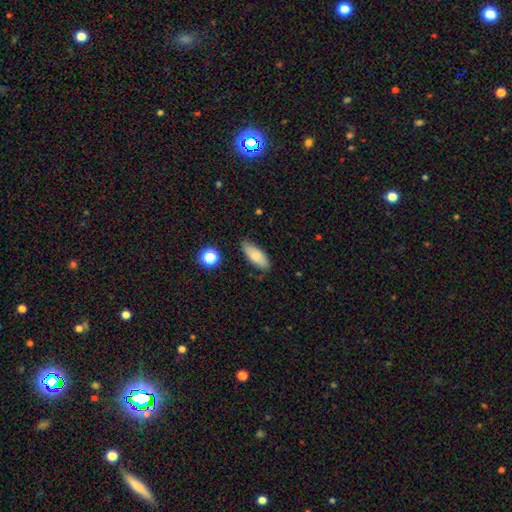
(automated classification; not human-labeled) The model was most divided on "how rounded": in between: 75%, cigar-shaped: 22%, round: 2%. More confident: smooth or featured — smooth (83%); merging — none (82%).